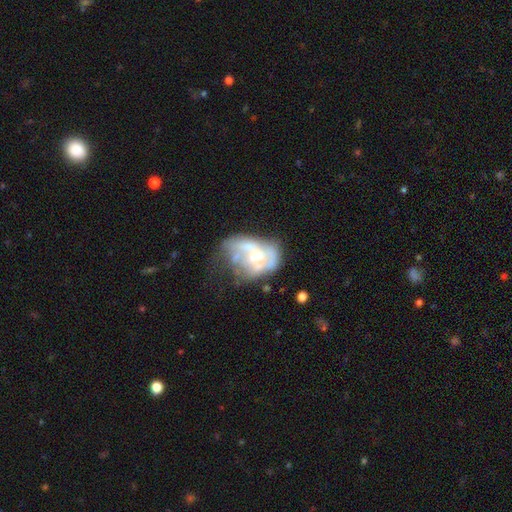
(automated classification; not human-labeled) Overall: featured or disk (66%). Edge-on disk: no (97%). Bar: no (81%). Spiral arms: no (72%). Bulge size: moderate (48%; small 34%). Merging: major disturbance (33%; none 26%).